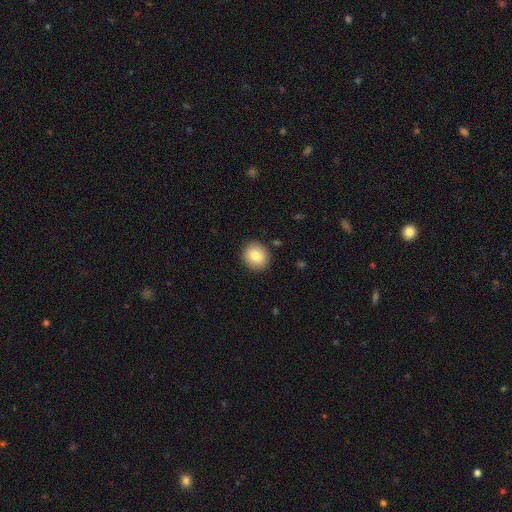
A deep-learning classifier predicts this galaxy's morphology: Q: Smooth or featured?
A: smooth (83%); runner-up: featured or disk (8%)
Q: How rounded?
A: round (79%); runner-up: in between (20%)
Q: Merging?
A: none (89%); runner-up: minor disturbance (7%)